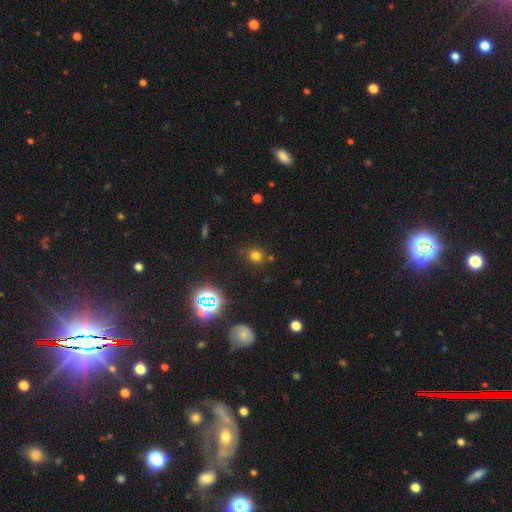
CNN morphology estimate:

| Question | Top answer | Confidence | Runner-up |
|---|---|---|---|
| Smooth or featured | smooth | 69% | star or artifact (24%) |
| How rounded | round | 77% | in between (22%) |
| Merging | none | 81% | minor disturbance (11%) |